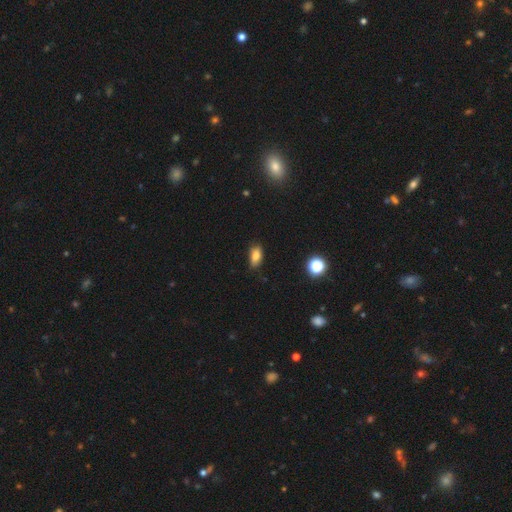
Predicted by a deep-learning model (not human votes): Smooth or featured? smooth (82%)
How rounded? in between (87%)
Merging? none (77%)